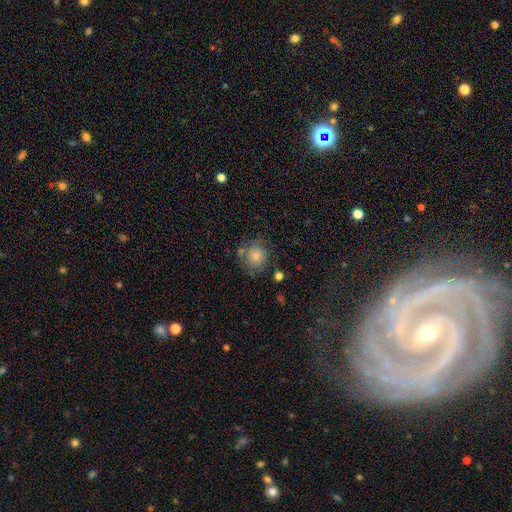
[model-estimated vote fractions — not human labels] Q: Smooth or featured?
A: smooth (68%); runner-up: star or artifact (16%)
Q: How rounded?
A: round (88%); runner-up: in between (11%)
Q: Merging?
A: none (72%); runner-up: minor disturbance (16%)